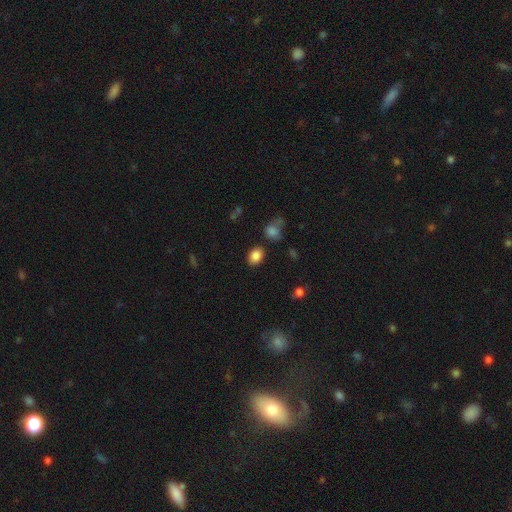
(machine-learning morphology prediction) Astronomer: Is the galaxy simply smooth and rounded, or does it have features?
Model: smooth — 85%.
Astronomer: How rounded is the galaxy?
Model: in between — 69%.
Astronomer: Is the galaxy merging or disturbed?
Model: none — 83%.